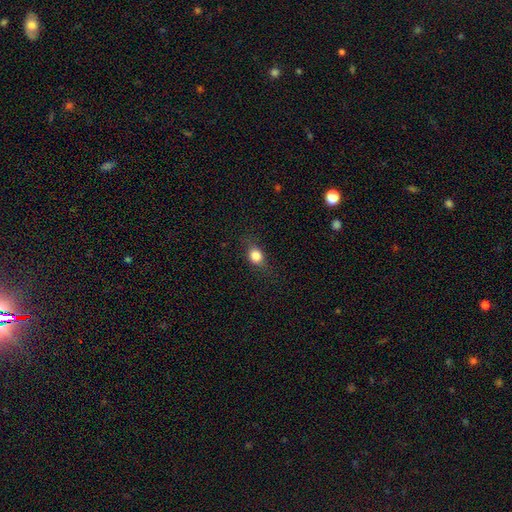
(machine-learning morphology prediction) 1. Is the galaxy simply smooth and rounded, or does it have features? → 79% smooth, 11% star or artifact, 10% featured or disk.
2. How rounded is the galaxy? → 59% round, 38% in between, 3% cigar-shaped.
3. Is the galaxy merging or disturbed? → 76% none, 17% minor disturbance, 6% major disturbance, 1% merger.